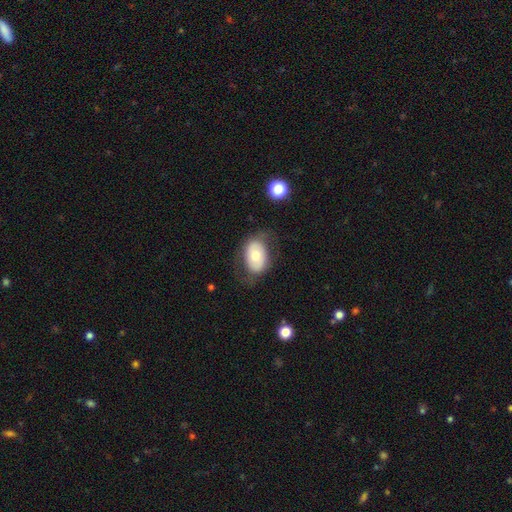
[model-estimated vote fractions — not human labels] smooth_or_featured: smooth (p=0.63) [alt: featured or disk p=0.30]
how_rounded: in between (p=0.86) [alt: round p=0.13]
merging: none (p=0.66) [alt: minor disturbance p=0.21]